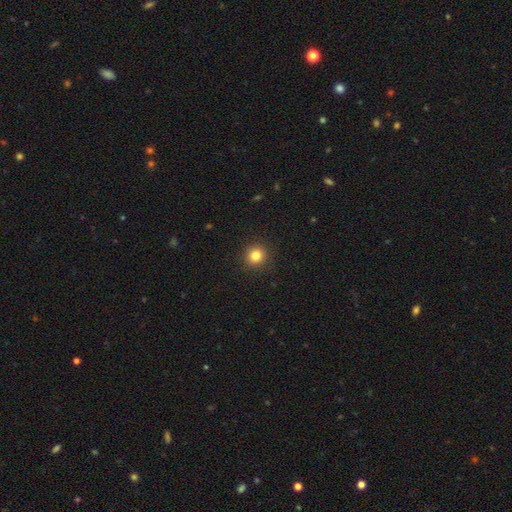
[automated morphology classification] Smooth or featured? Predicted: smooth (p=0.83). How rounded? Predicted: round (p=0.92). Merging? Predicted: none (p=0.91).